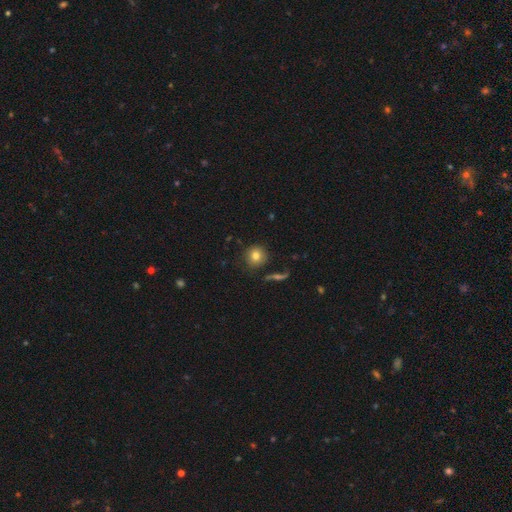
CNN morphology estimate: A smooth galaxy with no disk features (80%) that is round (92%).

Vote fractions:
- Smooth or featured? smooth: 80% / star or artifact: 11% / featured or disk: 10%
- How rounded? round: 92% / in between: 6% / cigar-shaped: 1%
- Merging? none: 84% / minor disturbance: 9% / merger: 3% / major disturbance: 3%